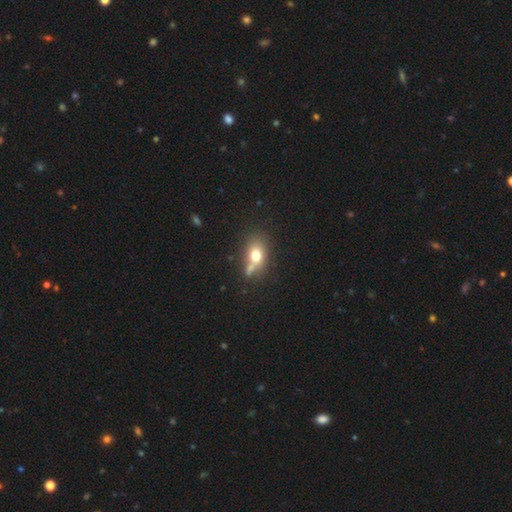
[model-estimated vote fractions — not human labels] The model was most divided on "merging": none: 47%, merger: 25%, minor disturbance: 19%, major disturbance: 9%. More confident: smooth or featured — smooth (71%); how rounded — in between (66%).